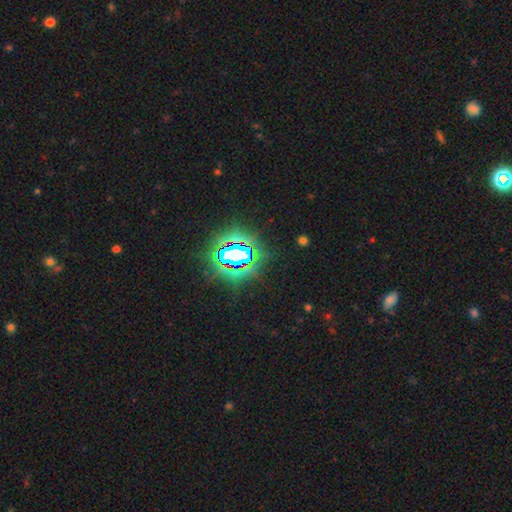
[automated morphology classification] A star or artifact, not a galaxy (82%).

Vote fractions:
- Smooth or featured? star or artifact: 82% / smooth: 11% / featured or disk: 7%